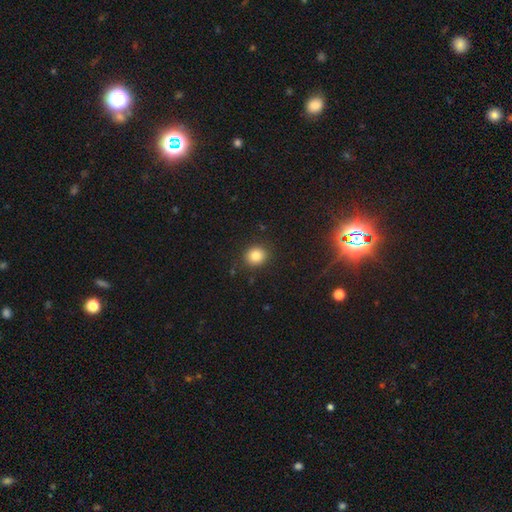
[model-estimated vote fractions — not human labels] Smooth or featured? smooth (83%)
How rounded? round (81%)
Merging? none (89%)